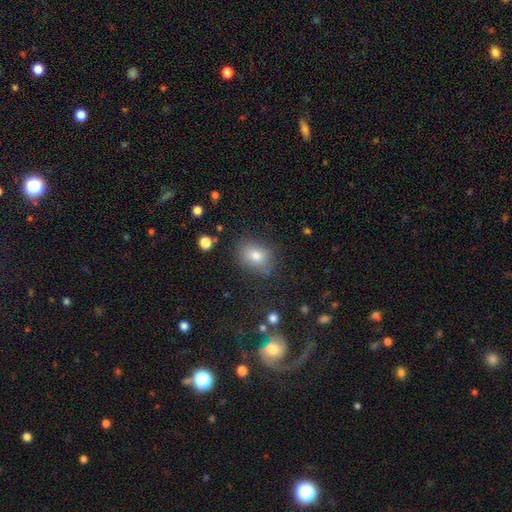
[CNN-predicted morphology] Smooth or featured? Predicted: smooth (p=0.77). How rounded? Predicted: in between (p=0.59). Merging? Predicted: none (p=0.78).